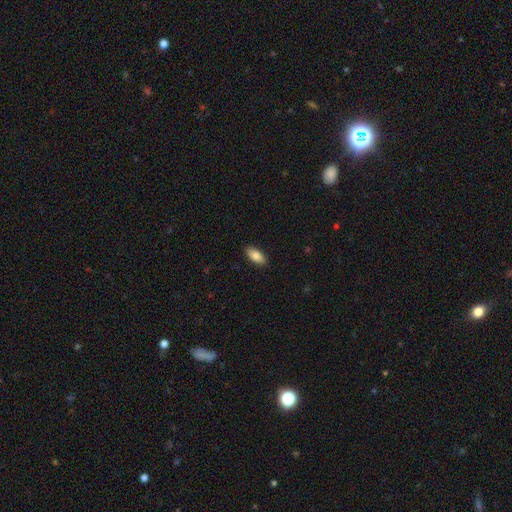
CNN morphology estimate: A smooth galaxy with no disk features (82%) that is in between round and cigar-shaped (88%). Merging: none (89%).